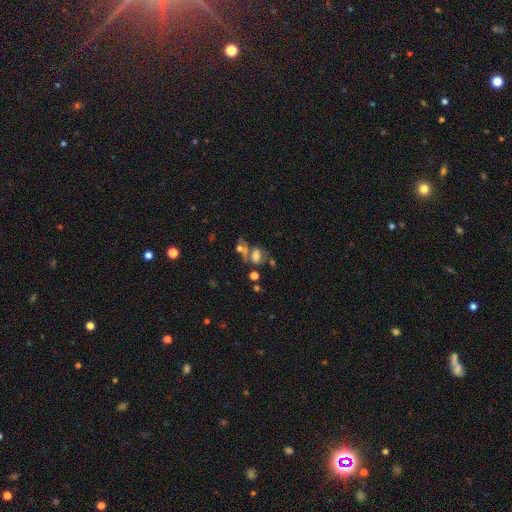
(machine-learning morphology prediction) Q: Smooth or featured?
A: smooth (47%); runner-up: featured or disk (35%)
Q: Merging?
A: merger (38%); runner-up: none (32%)